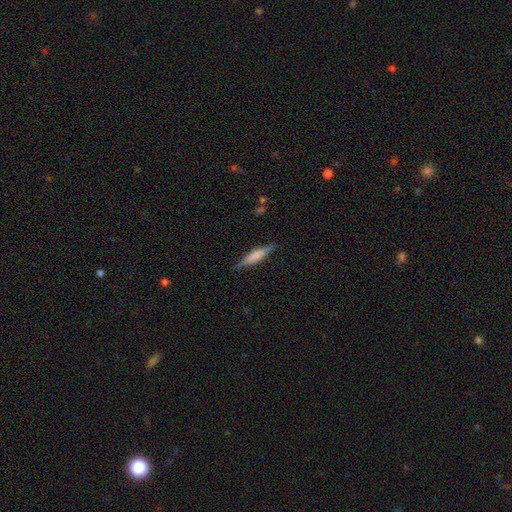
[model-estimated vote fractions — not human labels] This is possibly a featured or disk galaxy (49%). Merging: clearly none (86%).